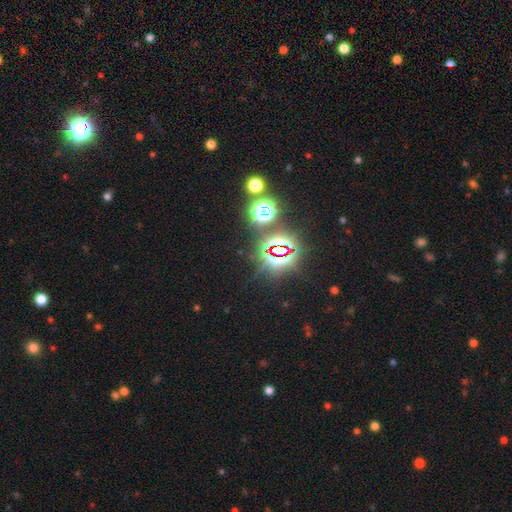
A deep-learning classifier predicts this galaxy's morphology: smooth_or_featured: star or artifact (p=0.81) [alt: smooth p=0.12]